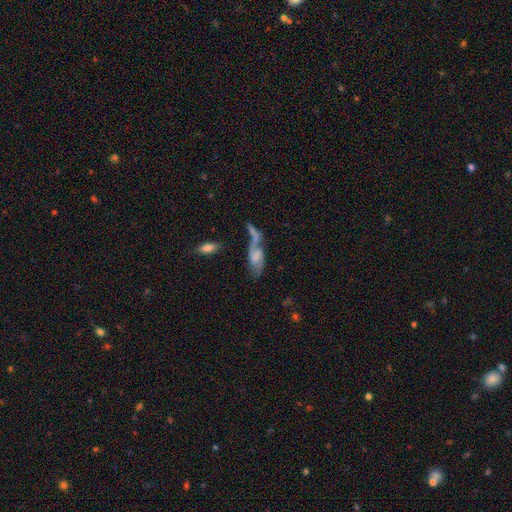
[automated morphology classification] Smooth or featured? featured or disk (53%)
Edge-on disk? no (86%)
Merging? merger (40%)